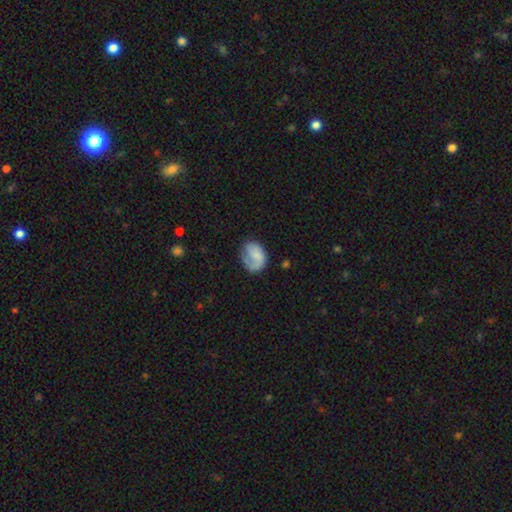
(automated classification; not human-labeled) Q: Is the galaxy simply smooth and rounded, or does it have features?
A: smooth — 51%.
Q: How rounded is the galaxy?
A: in between — 66%.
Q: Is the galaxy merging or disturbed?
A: none — 45%.